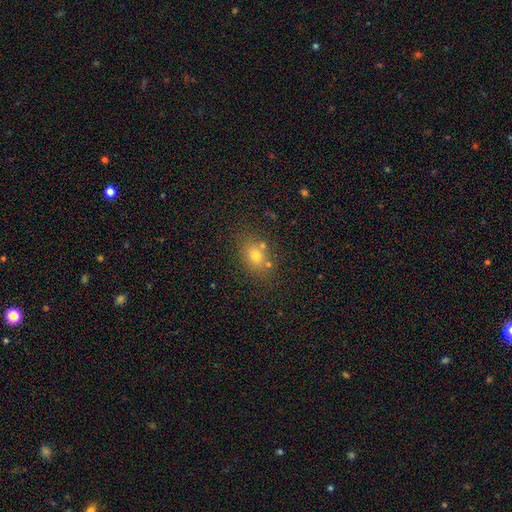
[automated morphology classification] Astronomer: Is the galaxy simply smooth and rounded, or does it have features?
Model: smooth — 70%.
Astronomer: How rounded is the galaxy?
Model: in between — 55% (runner-up: round, 43%).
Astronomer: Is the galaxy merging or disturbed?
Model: none — 70%.